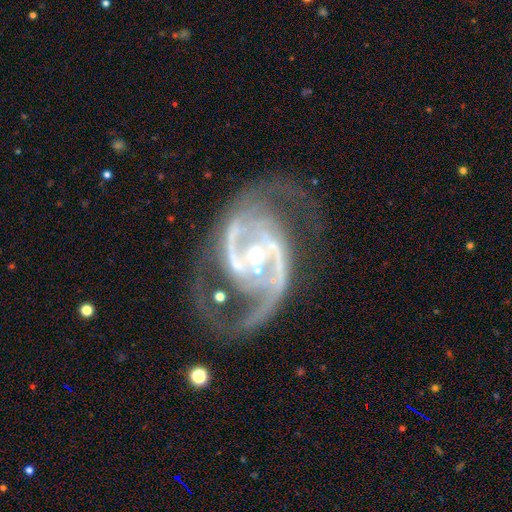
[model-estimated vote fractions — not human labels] This is clearly a featured or disk galaxy (93%). It is clearly not viewed edge-on (98%). Bar: marginally weak (36%, tied with strong). Spiral arm pattern: clearly yes (98%). Spiral arm count: clearly 2 (85%). Spiral winding: possibly medium (58%). Central bulge: possibly moderate (56%). Merging: possibly none (57%).